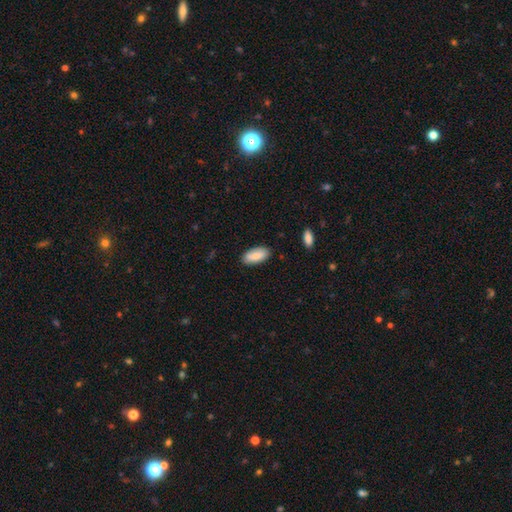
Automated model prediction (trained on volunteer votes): This is clearly a smooth galaxy (81%). How rounded: clearly in between (90%). Merging: clearly none (84%).